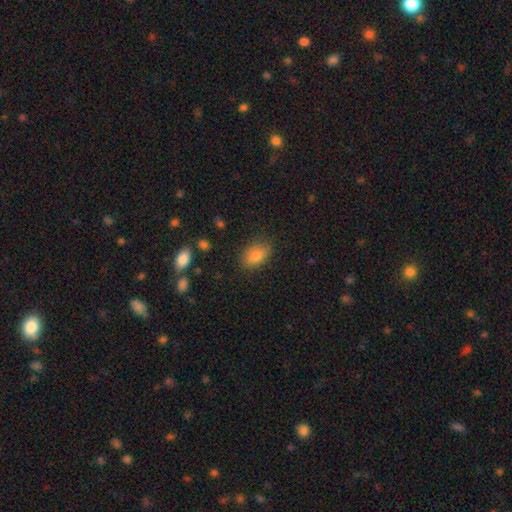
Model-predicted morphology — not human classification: smooth_or_featured: smooth (p=0.83) [alt: star or artifact p=0.09]
how_rounded: in between (p=0.88) [alt: round p=0.09]
merging: none (p=0.81) [alt: minor disturbance p=0.14]